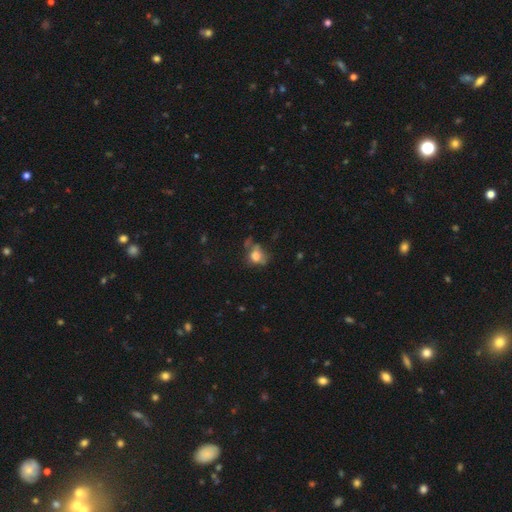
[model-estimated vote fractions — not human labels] Smooth or featured?
  - smooth: 63% *
  - featured or disk: 23%
  - star or artifact: 14%
How rounded?
  - in between: 58% *
  - round: 40%
  - cigar-shaped: 2%
Merging?
  - none: 34% *
  - major disturbance: 30%
  - minor disturbance: 25%
  - merger: 11%